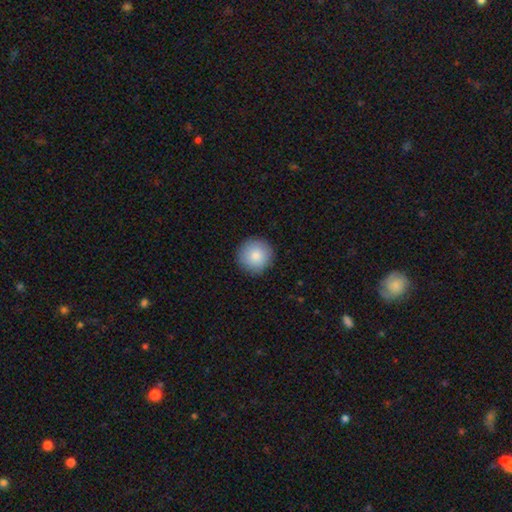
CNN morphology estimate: The model was most divided on "smooth or featured": smooth: 85%, featured or disk: 8%, star or artifact: 7%. More confident: how rounded — round (96%); merging — none (90%).